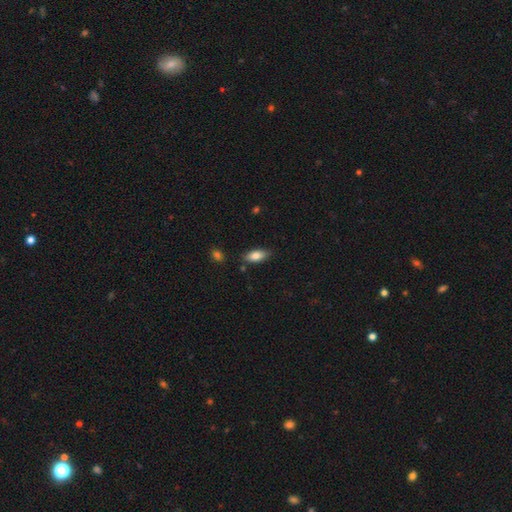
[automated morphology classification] Overall: smooth (80%). How rounded: in between (85%). Merging: none (82%).